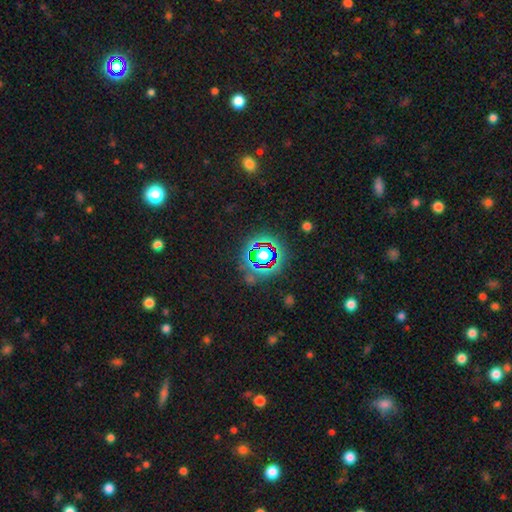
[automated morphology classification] Smooth or featured?
  - star or artifact: 76% *
  - smooth: 15%
  - featured or disk: 8%